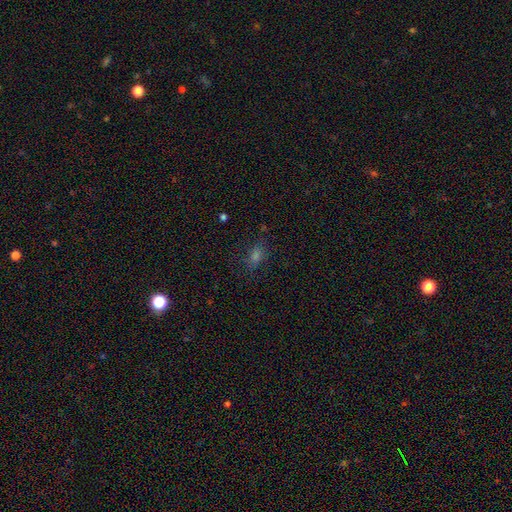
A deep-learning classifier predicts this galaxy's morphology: smooth_or_featured: smooth (p=0.52) [alt: star or artifact p=0.33]
how_rounded: in between (p=0.70) [alt: round p=0.22]
merging: none (p=0.77) [alt: minor disturbance p=0.15]